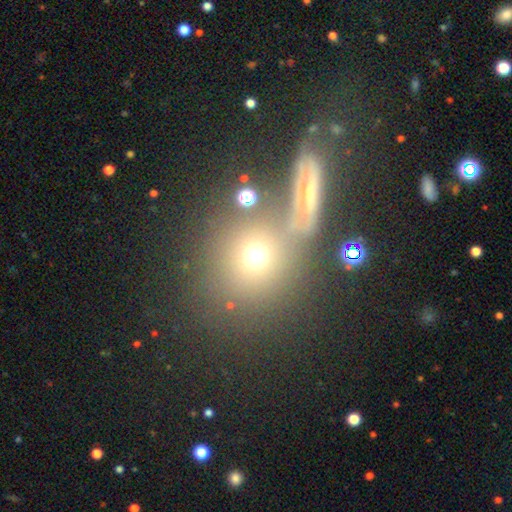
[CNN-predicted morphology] This is likely a smooth galaxy (61%). How rounded: clearly round (84%). Merging: possibly none (57%).